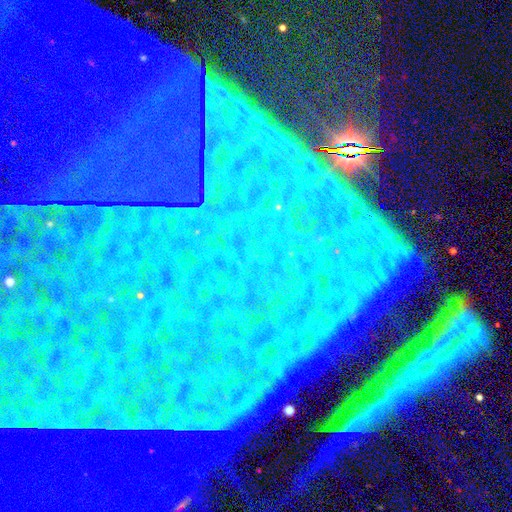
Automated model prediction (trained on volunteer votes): Q: Smooth or featured?
A: star or artifact (85%); runner-up: featured or disk (8%)